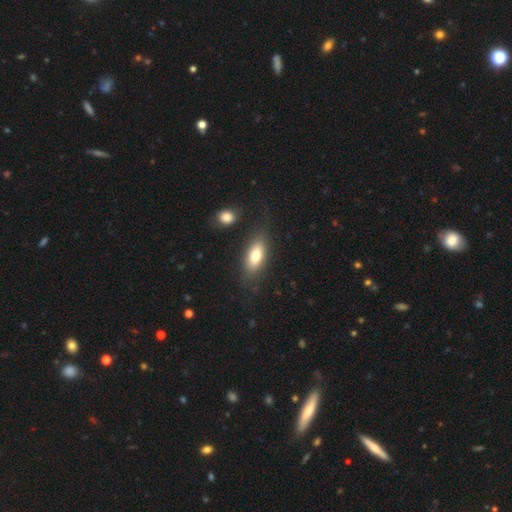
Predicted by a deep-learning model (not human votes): A smooth galaxy with no disk features (74%) that is in between round and cigar-shaped (80%). Merging: none (78%).